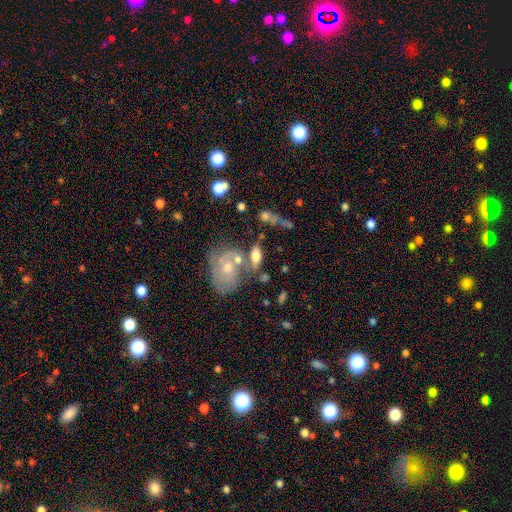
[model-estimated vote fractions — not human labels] Morphology: type=smooth (54%); roundness=in between (75%); merging=none (41%).